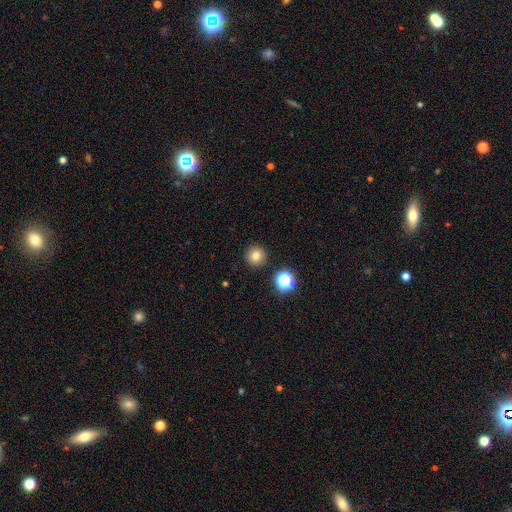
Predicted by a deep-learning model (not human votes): smooth 78%, star or artifact 15%, featured or disk 7%. Down the decision tree: how rounded — round (96%); merging — none (92%).